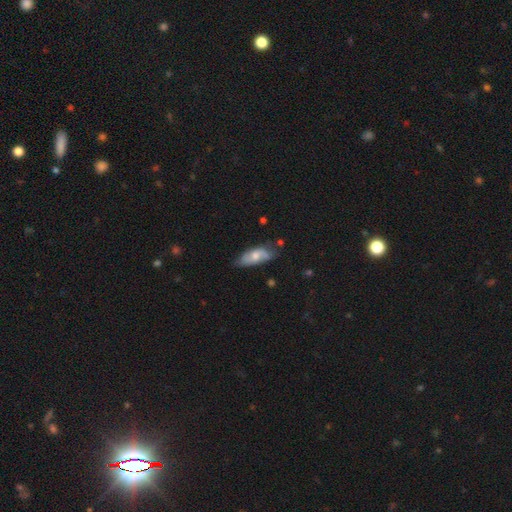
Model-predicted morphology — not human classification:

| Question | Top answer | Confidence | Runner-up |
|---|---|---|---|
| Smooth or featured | smooth | 55% | featured or disk (38%) |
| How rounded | in between | 80% | cigar-shaped (17%) |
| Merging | none | 58% | minor disturbance (31%) |